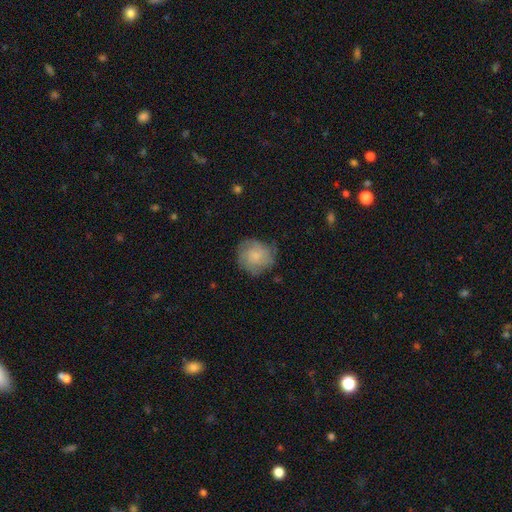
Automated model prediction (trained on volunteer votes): Q: Smooth or featured?
A: smooth (61%); runner-up: featured or disk (31%)
Q: How rounded?
A: round (88%); runner-up: in between (11%)
Q: Merging?
A: none (70%); runner-up: minor disturbance (21%)